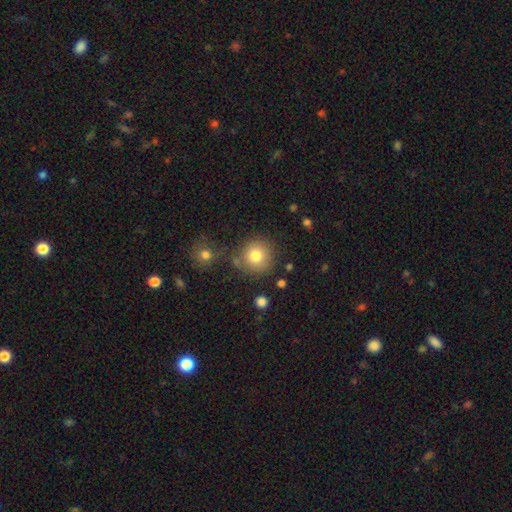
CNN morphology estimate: A smooth galaxy with no disk features (79%) that is round (93%).

Vote fractions:
- Smooth or featured? smooth: 79% / star or artifact: 12% / featured or disk: 9%
- How rounded? round: 93% / in between: 6% / cigar-shaped: 1%
- Merging? none: 78% / minor disturbance: 10% / merger: 8% / major disturbance: 4%